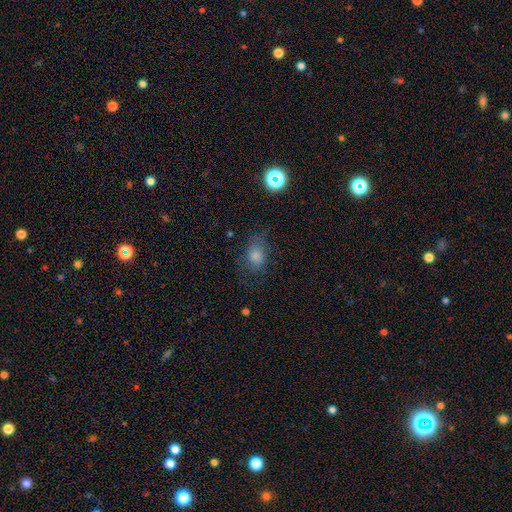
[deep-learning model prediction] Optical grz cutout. It shows a smooth galaxy with no disk features (67%) that is in between round and cigar-shaped (61%). Merging: none (64%).